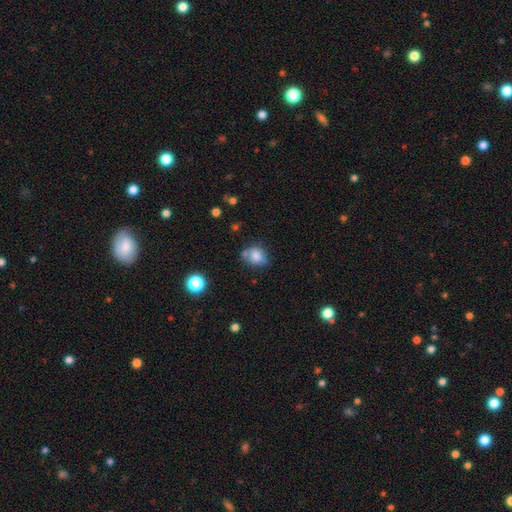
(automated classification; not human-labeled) This is likely a smooth galaxy (75%). How rounded: possibly in between (58%). Merging: possibly none (52%).